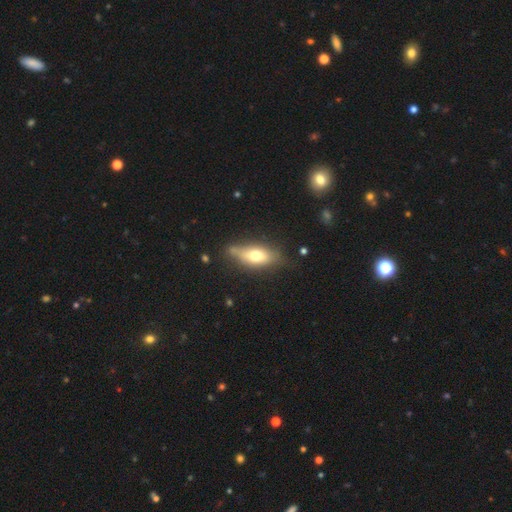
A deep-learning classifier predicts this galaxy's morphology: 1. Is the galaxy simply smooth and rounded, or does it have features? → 60% smooth, 32% featured or disk, 7% star or artifact.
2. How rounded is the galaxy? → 68% in between, 28% cigar-shaped, 4% round.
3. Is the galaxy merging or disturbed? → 64% none, 24% minor disturbance, 7% major disturbance, 5% merger.